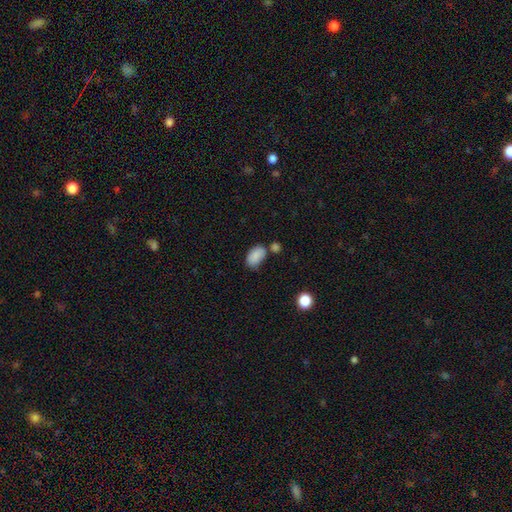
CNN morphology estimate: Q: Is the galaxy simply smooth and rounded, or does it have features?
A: smooth — 86%.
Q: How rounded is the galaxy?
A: in between — 92%.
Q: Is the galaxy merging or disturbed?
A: none — 57%.